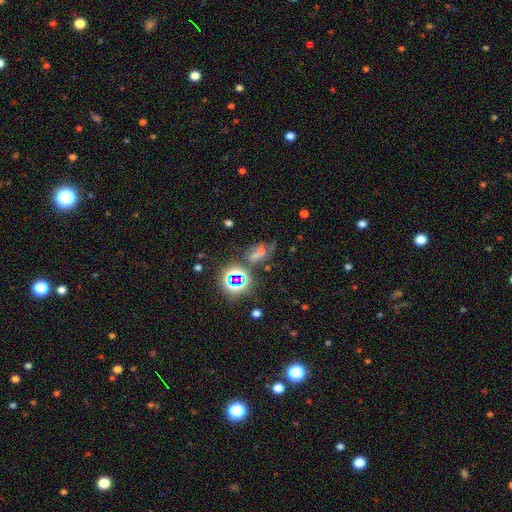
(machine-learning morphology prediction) The model was most divided on "smooth or featured": star or artifact: 52%, smooth: 27%, featured or disk: 21%.